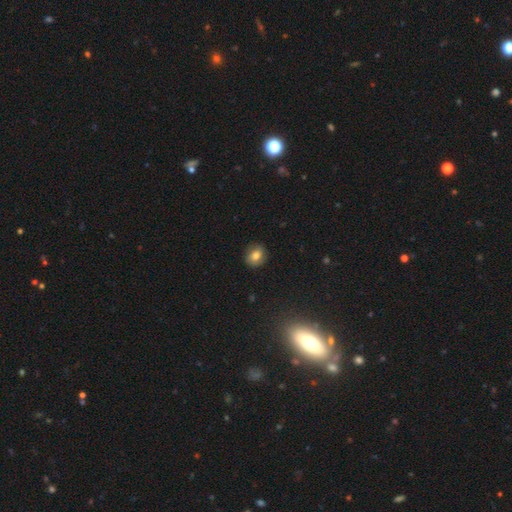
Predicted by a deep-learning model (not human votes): A smooth galaxy with no disk features (74%) that is round (65%). Merging: none (85%).